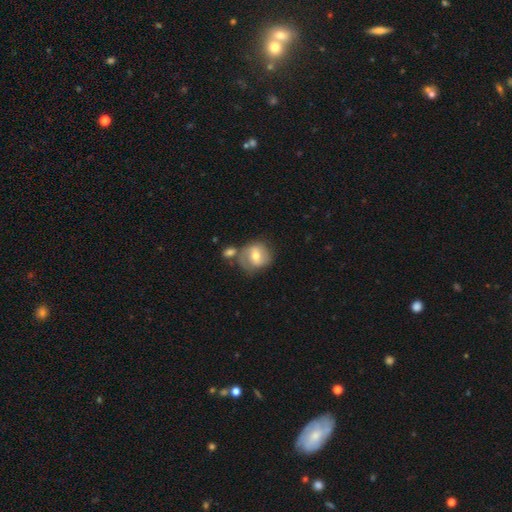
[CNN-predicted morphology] smooth 55%, featured or disk 38%, star or artifact 7%. Down the decision tree: how rounded — round (79%); merging — none (51%).